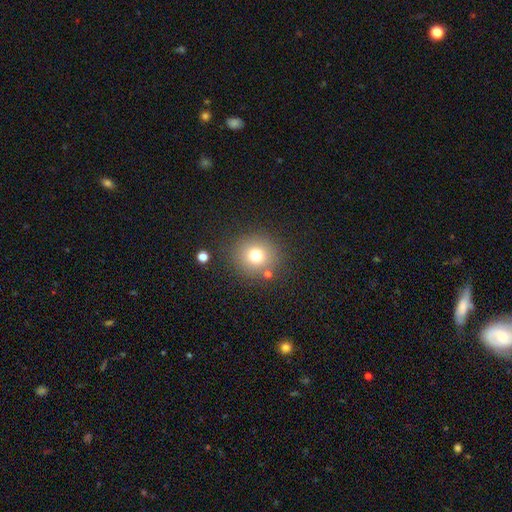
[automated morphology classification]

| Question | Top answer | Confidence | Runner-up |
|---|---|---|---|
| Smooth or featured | smooth | 74% | star or artifact (15%) |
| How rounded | round | 91% | in between (8%) |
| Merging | none | 83% | minor disturbance (8%) |